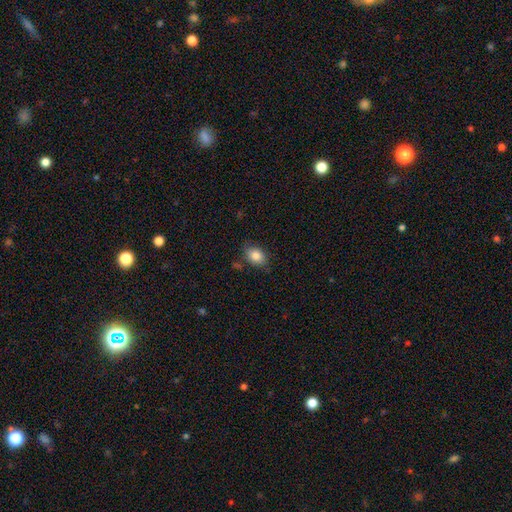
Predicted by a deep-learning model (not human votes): smooth 84%, star or artifact 8%, featured or disk 8%. Down the decision tree: how rounded — in between (73%); merging — none (77%).